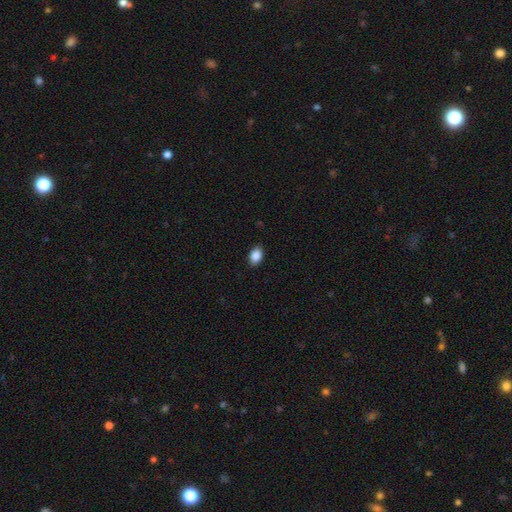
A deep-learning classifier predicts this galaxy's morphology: Smooth or featured? smooth (88%)
How rounded? in between (83%)
Merging? none (88%)